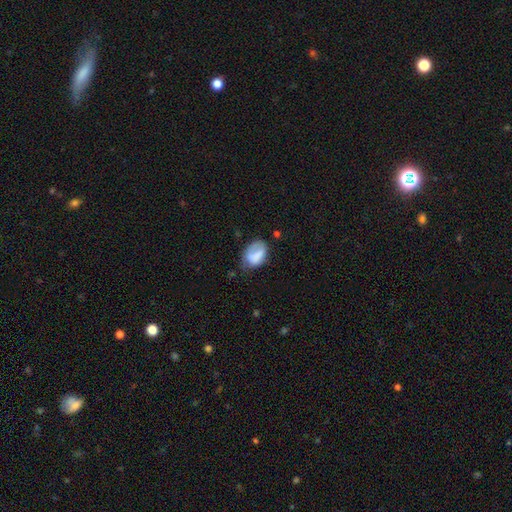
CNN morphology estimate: smooth_or_featured: smooth (p=0.74) [alt: featured or disk p=0.18]
how_rounded: in between (p=0.82) [alt: round p=0.17]
merging: none (p=0.41) [alt: minor disturbance p=0.35]